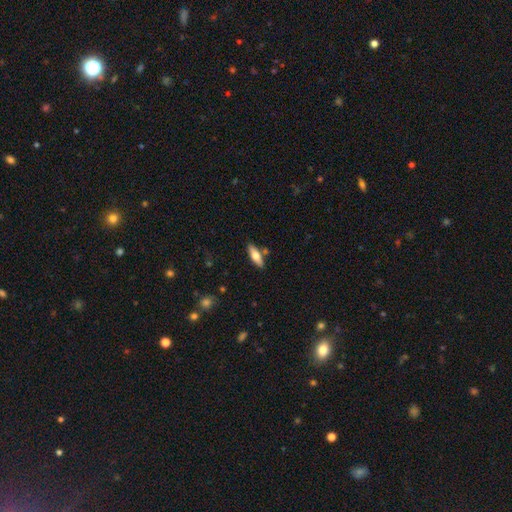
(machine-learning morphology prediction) Smooth or featured: smooth — 57% (featured or disk — 37%)
How rounded: in between — 51% (cigar-shaped — 47%)
Merging: none — 81% (minor disturbance — 10%)